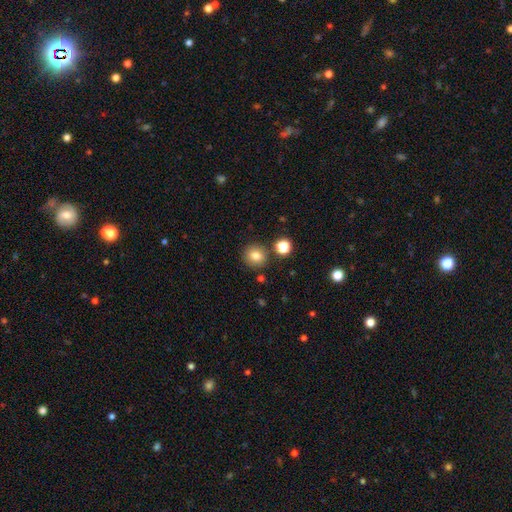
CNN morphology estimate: This is clearly a smooth galaxy (81%). How rounded: clearly round (88%). Merging: clearly none (84%).